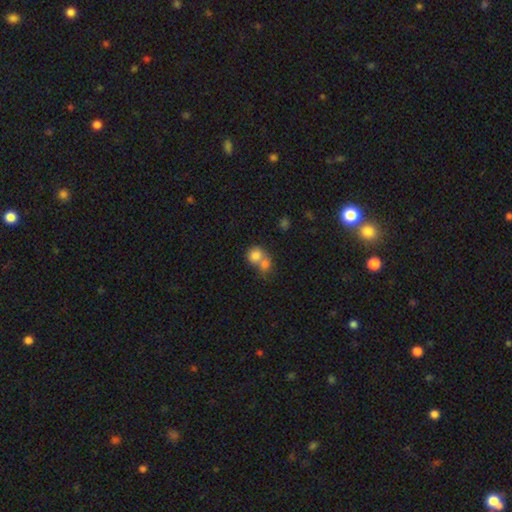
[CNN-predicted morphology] Smooth or featured?
  - smooth: 78% *
  - featured or disk: 13%
  - star or artifact: 9%
How rounded?
  - round: 67% *
  - in between: 32%
  - cigar-shaped: 1%
Merging?
  - merger: 67% *
  - none: 23%
  - minor disturbance: 6%
  - major disturbance: 4%